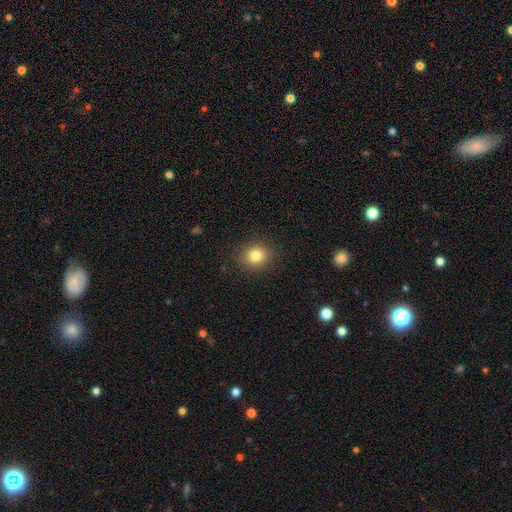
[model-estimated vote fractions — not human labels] The model was most divided on "how rounded": round: 82%, in between: 17%, cigar-shaped: 1%. More confident: merging — none (90%); smooth or featured — smooth (82%).